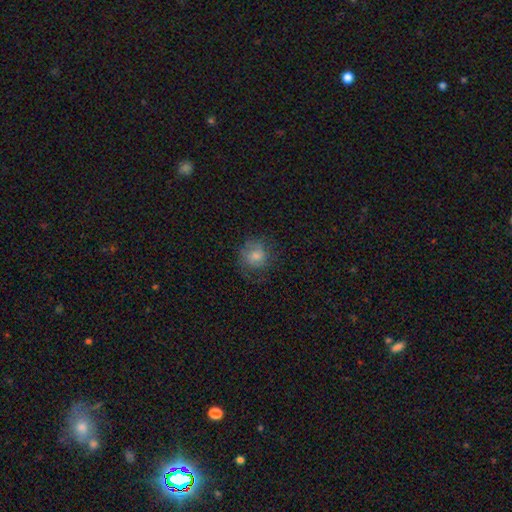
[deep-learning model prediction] Smooth or featured?
  - smooth: 60% *
  - featured or disk: 26%
  - star or artifact: 13%
How rounded?
  - round: 83% *
  - in between: 16%
  - cigar-shaped: 1%
Merging?
  - none: 70% *
  - minor disturbance: 19%
  - major disturbance: 10%
  - merger: 1%